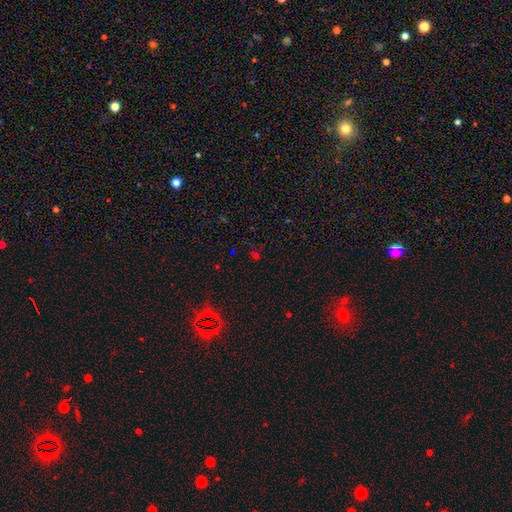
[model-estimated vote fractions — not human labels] A star or artifact, not a galaxy (60%).